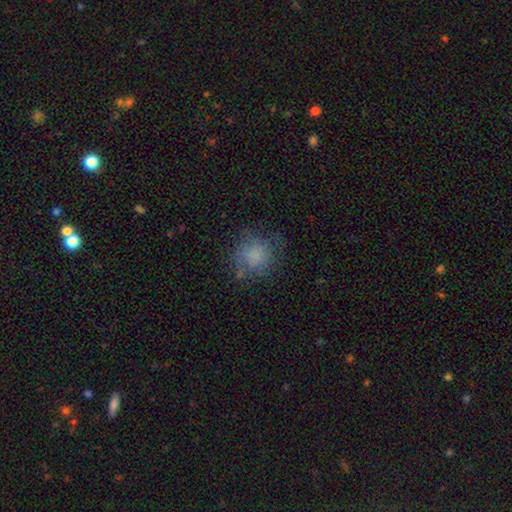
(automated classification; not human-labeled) Smooth or featured? smooth (76%)
How rounded? round (81%)
Merging? none (67%)